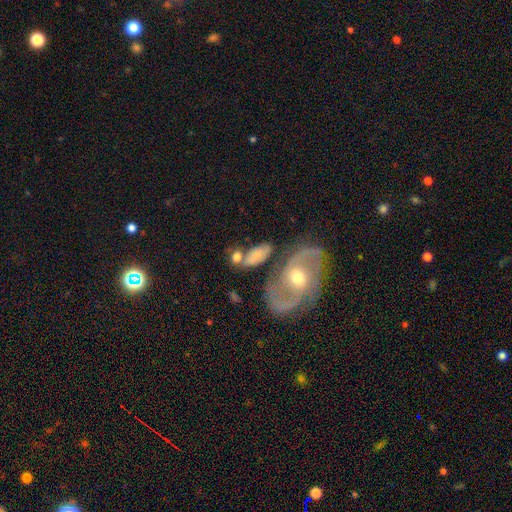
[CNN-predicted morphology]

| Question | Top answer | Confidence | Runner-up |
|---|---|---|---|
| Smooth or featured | smooth | 54% | featured or disk (38%) |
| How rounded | in between | 84% | round (9%) |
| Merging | none | 51% | merger (23%) |